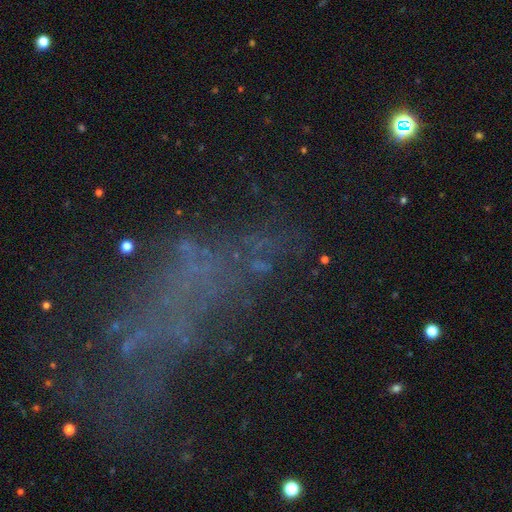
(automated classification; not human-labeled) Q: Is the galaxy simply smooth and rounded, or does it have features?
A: star or artifact — 44%.